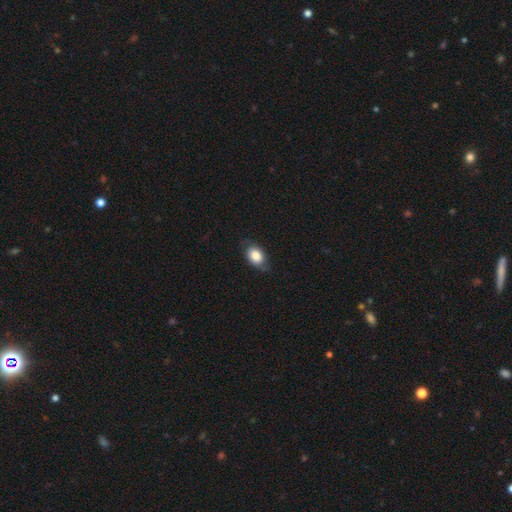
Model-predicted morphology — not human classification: Smooth or featured? smooth (73%)
How rounded? in between (83%)
Merging? none (72%)